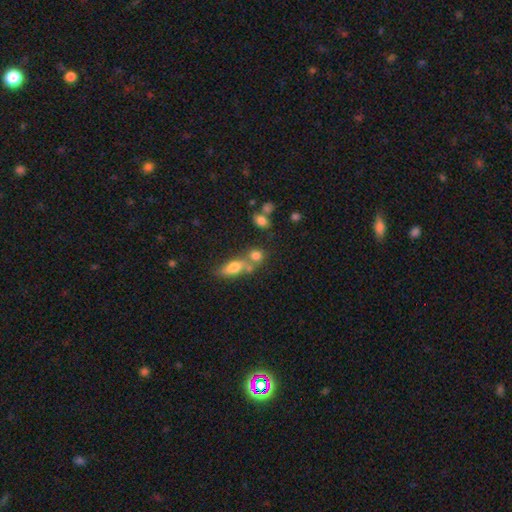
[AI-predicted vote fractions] Smooth or featured: smooth — 75% (star or artifact — 13%)
How rounded: round — 54% (in between — 39%)
Merging: none — 45% (merger — 39%)